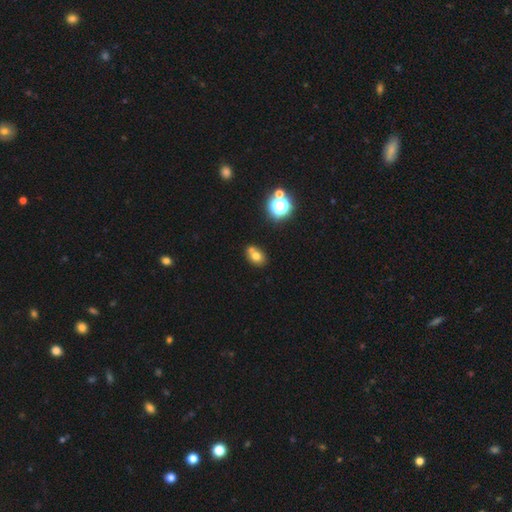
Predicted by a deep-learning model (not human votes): smooth 71%, star or artifact 15%, featured or disk 14%. Down the decision tree: how rounded — in between (61%); merging — none (55%).